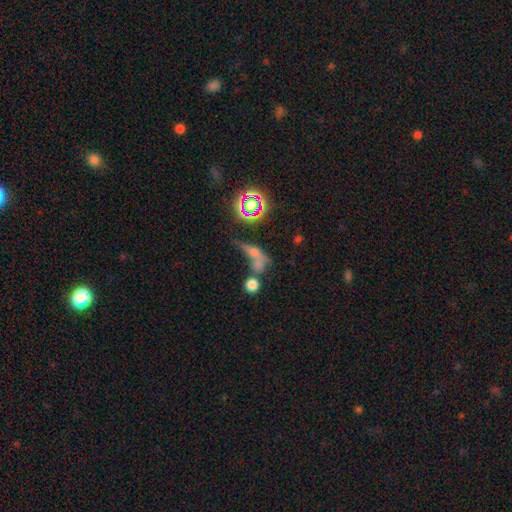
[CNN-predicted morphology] smooth_or_featured: smooth (p=0.45) [alt: star or artifact p=0.29]
merging: merger (p=0.42) [alt: none p=0.28]